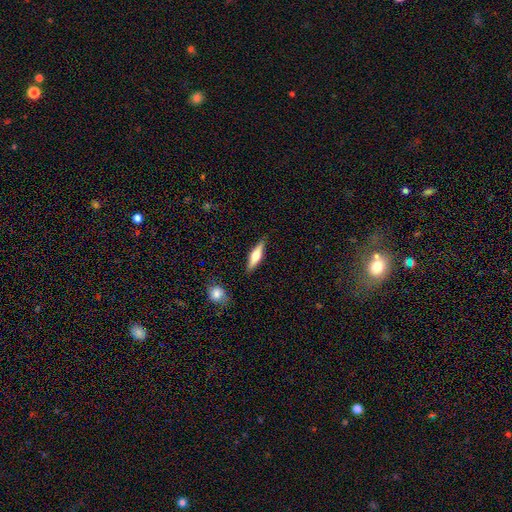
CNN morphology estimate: Smooth or featured? featured or disk (48%)
Merging? none (86%)